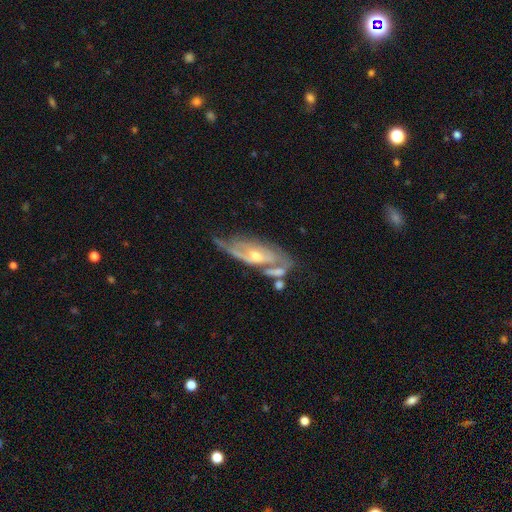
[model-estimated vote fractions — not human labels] This is likely a featured or disk galaxy (77%). It is likely not viewed edge-on (79%). Bar: possibly no (59%). Spiral arm pattern: clearly yes (82%). Spiral arm count: marginally 2 (41%). Spiral winding: possibly tight (45%). Central bulge: possibly moderate (49%). Merging: possibly none (55%).